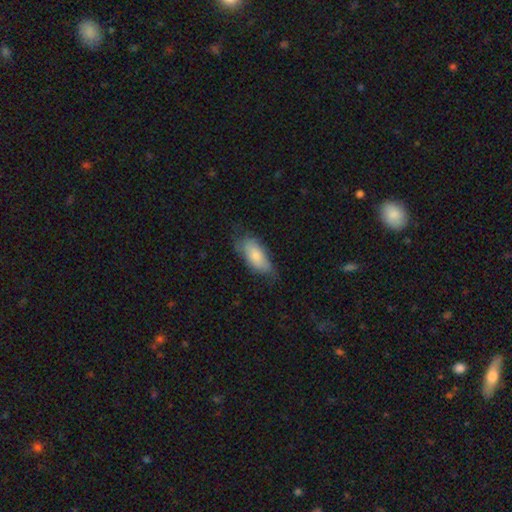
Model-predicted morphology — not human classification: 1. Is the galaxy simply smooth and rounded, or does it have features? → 72% smooth, 22% featured or disk, 6% star or artifact.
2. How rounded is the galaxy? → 86% in between, 12% cigar-shaped, 2% round.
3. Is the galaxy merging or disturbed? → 53% none, 33% minor disturbance, 13% major disturbance, 2% merger.